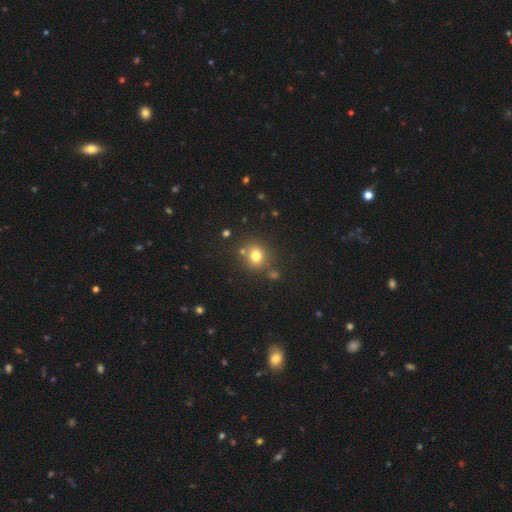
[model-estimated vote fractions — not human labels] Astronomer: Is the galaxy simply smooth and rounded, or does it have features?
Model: smooth — 76%.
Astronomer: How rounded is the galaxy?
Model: round — 76%.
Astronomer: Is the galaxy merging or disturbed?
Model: none — 75%.